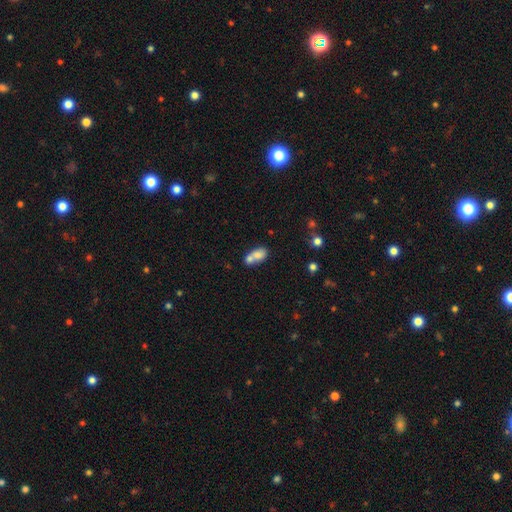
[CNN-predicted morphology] Overall: smooth (73%). How rounded: in between (76%). Merging: merger (65%).